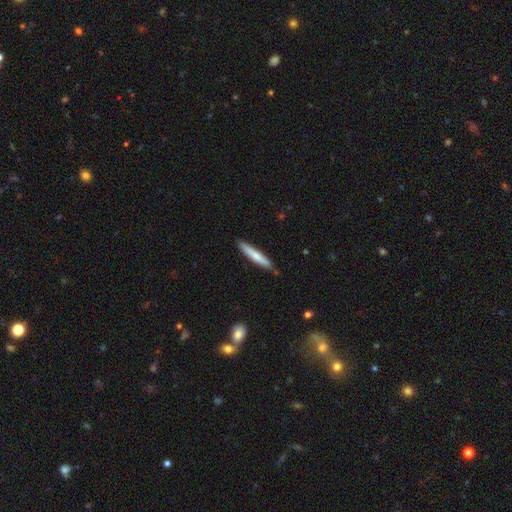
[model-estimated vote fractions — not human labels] This is likely a smooth galaxy (64%). How rounded: clearly cigar-shaped (94%). Merging: clearly none (87%).